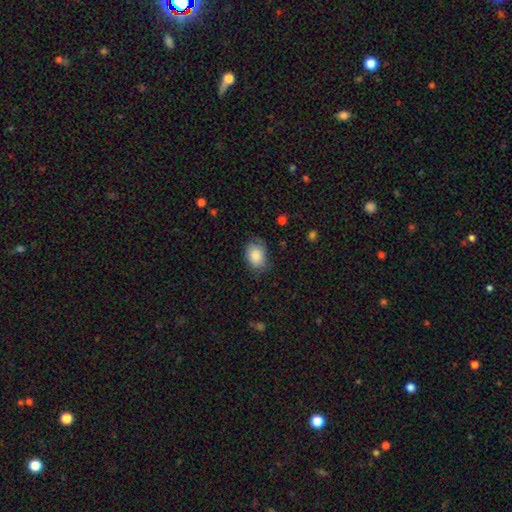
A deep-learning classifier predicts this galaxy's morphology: smooth_or_featured: smooth (p=0.82) [alt: featured or disk p=0.11]
how_rounded: in between (p=0.78) [alt: round p=0.21]
merging: none (p=0.64) [alt: minor disturbance p=0.27]